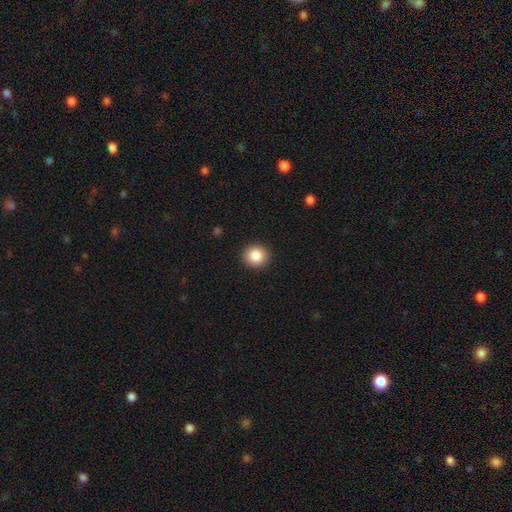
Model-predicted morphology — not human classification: smooth-or-featured: smooth: 87% | star or artifact: 9% | featured or disk: 5%
  how-rounded: round: 89% | in between: 11% | cigar-shaped: 1%
  merging: none: 92% | minor disturbance: 5% | major disturbance: 2% | merger: 1%